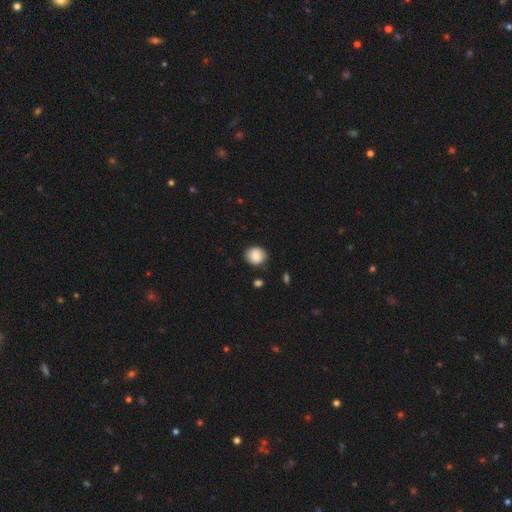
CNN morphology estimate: Overall: smooth (85%). How rounded: round (79%). Merging: none (86%).